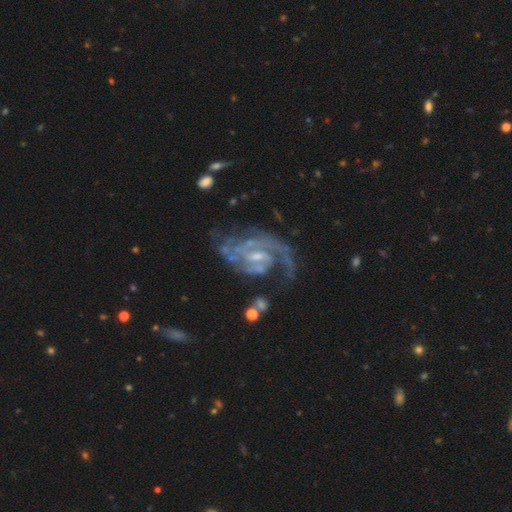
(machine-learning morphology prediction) Q: Smooth or featured?
A: featured or disk (91%); runner-up: star or artifact (5%)
Q: Edge-on disk?
A: no (98%); runner-up: yes (2%)
Q: Bar?
A: weak (55%); runner-up: no (25%)
Q: Spiral arms?
A: yes (97%); runner-up: no (3%)
Q: Spiral winding?
A: medium (48%); runner-up: tight (38%)
Q: Spiral arm count?
A: 2 (56%); runner-up: 3 (15%)
Q: Bulge size?
A: small (60%); runner-up: moderate (27%)
Q: Merging?
A: none (56%); runner-up: major disturbance (20%)